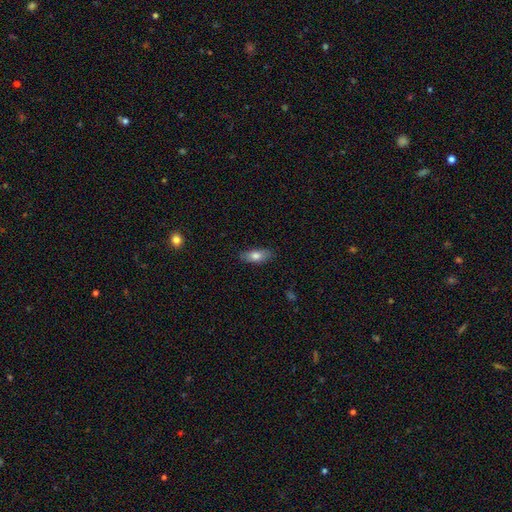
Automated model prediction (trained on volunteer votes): Overall: smooth (78%). How rounded: in between (81%). Merging: none (86%).